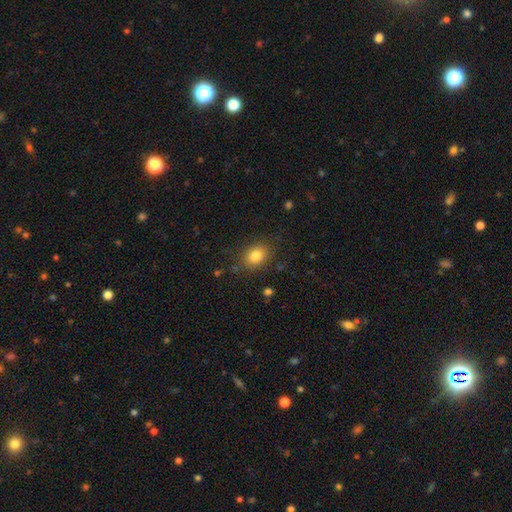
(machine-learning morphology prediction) A smooth galaxy with no disk features (83%) that is in between round and cigar-shaped (61%).

Vote fractions:
- Smooth or featured? smooth: 83% / star or artifact: 10% / featured or disk: 7%
- How rounded? in between: 61% / round: 38% / cigar-shaped: 1%
- Merging? none: 83% / minor disturbance: 12% / major disturbance: 4% / merger: 2%